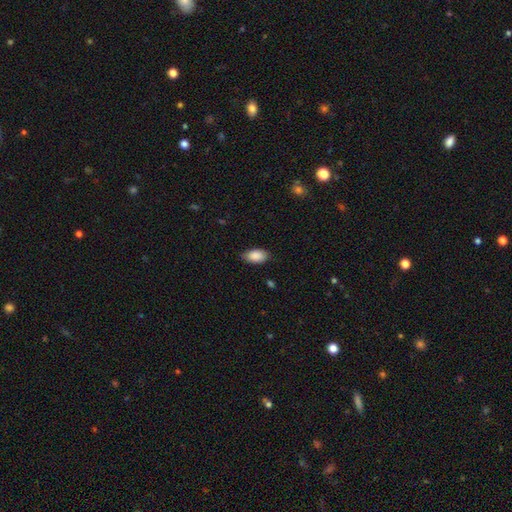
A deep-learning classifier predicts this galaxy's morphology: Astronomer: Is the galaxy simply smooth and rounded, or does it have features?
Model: smooth — 89%.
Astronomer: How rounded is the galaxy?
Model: in between — 93%.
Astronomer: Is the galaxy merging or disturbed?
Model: none — 80%.